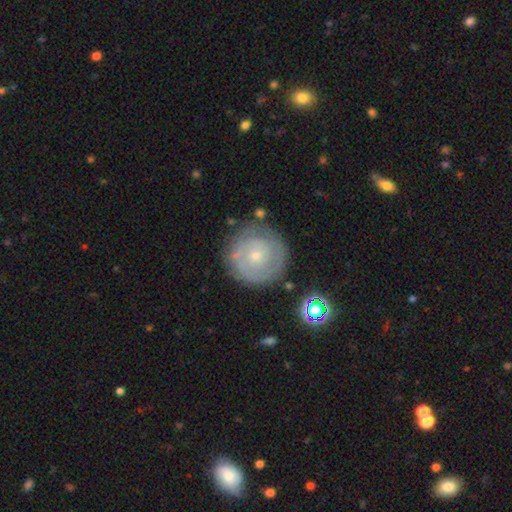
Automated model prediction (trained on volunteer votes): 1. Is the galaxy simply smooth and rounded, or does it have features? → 63% featured or disk, 30% smooth, 7% star or artifact.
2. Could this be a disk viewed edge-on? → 98% no, 2% yes.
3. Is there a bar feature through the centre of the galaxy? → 83% no, 15% weak, 3% strong.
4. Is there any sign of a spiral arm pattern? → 73% yes, 27% no.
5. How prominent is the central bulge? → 69% small, 26% moderate, 2% none, 2% large, 1% dominant.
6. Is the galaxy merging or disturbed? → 76% none, 15% minor disturbance, 6% major disturbance, 3% merger.